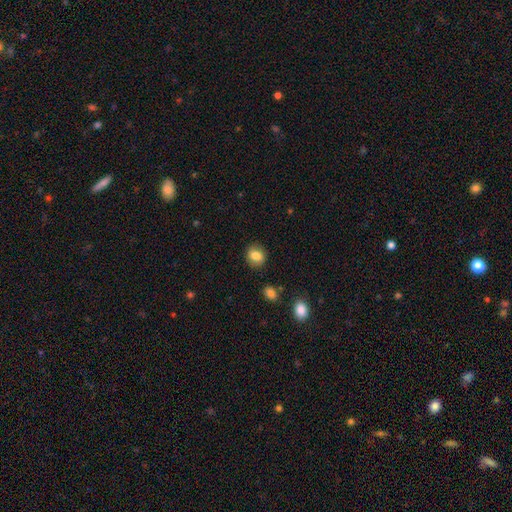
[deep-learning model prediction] The model was most divided on "how rounded": round: 56%, in between: 43%, cigar-shaped: 1%. More confident: merging — none (84%); smooth or featured — smooth (80%).